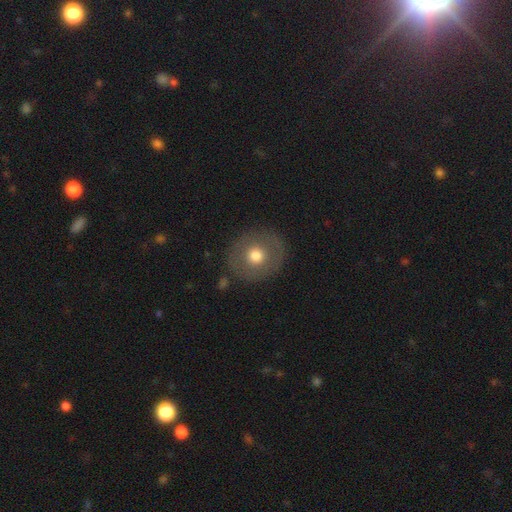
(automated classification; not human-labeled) Smooth or featured: smooth — 65% (featured or disk — 27%)
How rounded: round — 88% (in between — 11%)
Merging: none — 87% (minor disturbance — 8%)